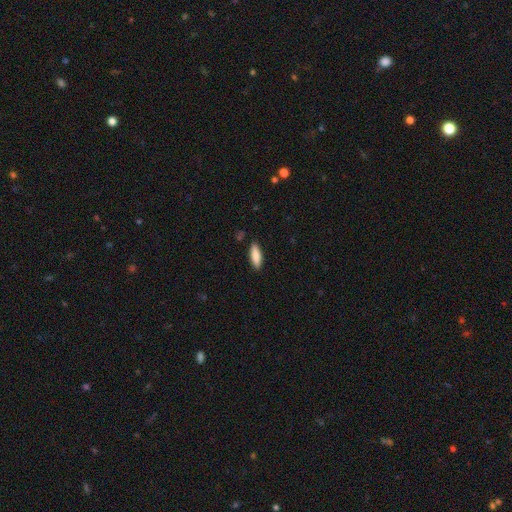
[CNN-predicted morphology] smooth-or-featured: smooth: 86% | featured or disk: 8% | star or artifact: 6%
  how-rounded: in between: 56% | cigar-shaped: 43% | round: 2%
  merging: none: 87% | minor disturbance: 9% | major disturbance: 2% | merger: 1%